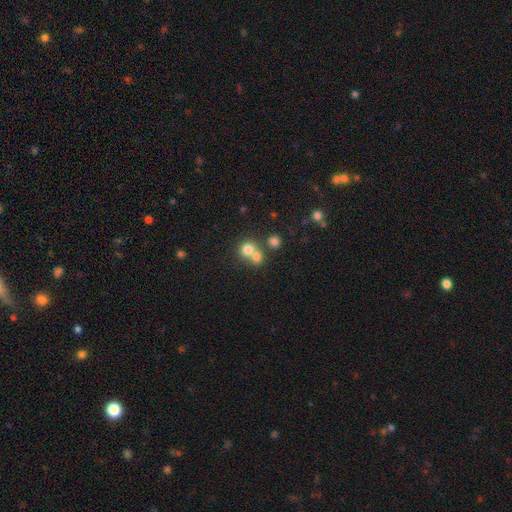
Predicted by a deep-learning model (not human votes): A smooth galaxy with no disk features (74%) that is round (82%). Merging: merger (52%).